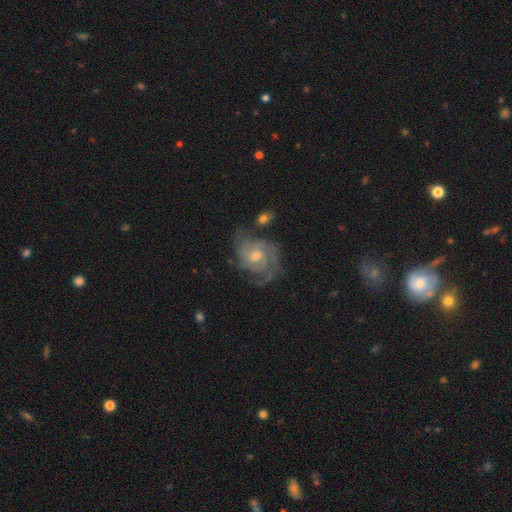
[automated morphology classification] smooth-or-featured: featured or disk: 86% | smooth: 7% | star or artifact: 6%
  disk-edge-on: no: 97% | yes: 3%
    bar: no: 64% | weak: 31% | strong: 5%
    has-spiral-arms: yes: 96% | no: 4%
      spiral-winding: tight: 57% | medium: 35% | loose: 8%
      spiral-arm-count: 3: 33% | 2: 29% | can't tell: 19% | 4: 8% | 1: 5% | more than 4: 5%
    bulge-size: moderate: 53% | small: 42% | large: 2% | none: 2% | dominant: 1%
  merging: none: 66% | minor disturbance: 19% | major disturbance: 11% | merger: 3%